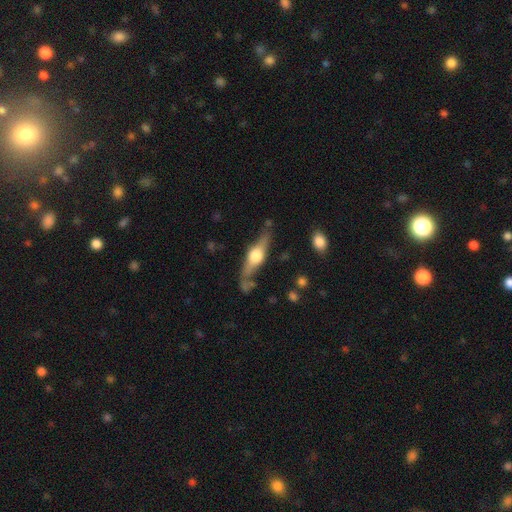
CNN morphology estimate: smooth_or_featured: featured or disk (p=0.69) [alt: smooth p=0.26]
disk_edge_on: yes (p=0.92) [alt: no p=0.08]
edge_on_bulge: rounded (p=0.94) [alt: boxy p=0.04]
merging: none (p=0.71) [alt: minor disturbance p=0.17]